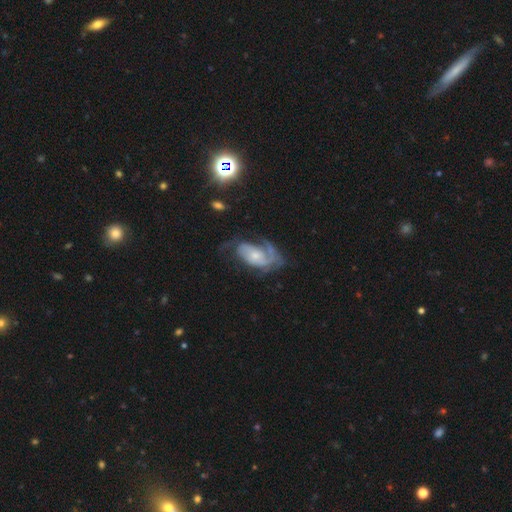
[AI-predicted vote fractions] A featured or disk galaxy (78%) with no bar (70%), 2 (43%) medium (39%) spiral arms (88%) and a small central bulge (50%). Merging: none (42%).